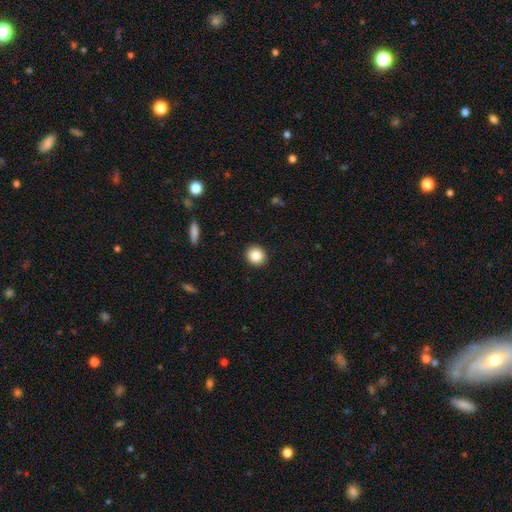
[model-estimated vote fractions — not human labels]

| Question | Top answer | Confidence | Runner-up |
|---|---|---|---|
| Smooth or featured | smooth | 85% | star or artifact (9%) |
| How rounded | round | 89% | in between (10%) |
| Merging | none | 92% | minor disturbance (5%) |